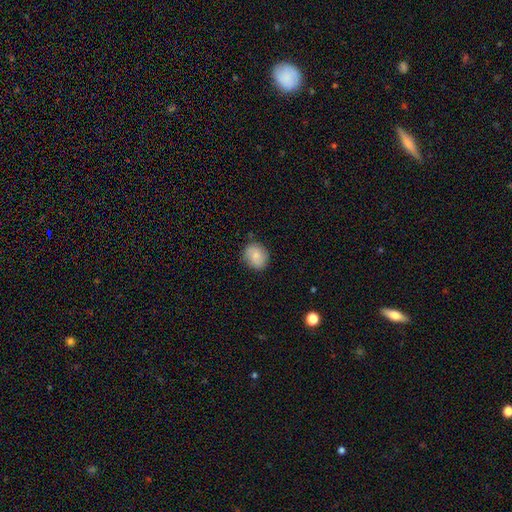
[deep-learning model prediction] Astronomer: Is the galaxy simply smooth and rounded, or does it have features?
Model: smooth — 78%.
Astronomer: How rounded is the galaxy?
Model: round — 69%.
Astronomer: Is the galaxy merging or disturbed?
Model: none — 82%.